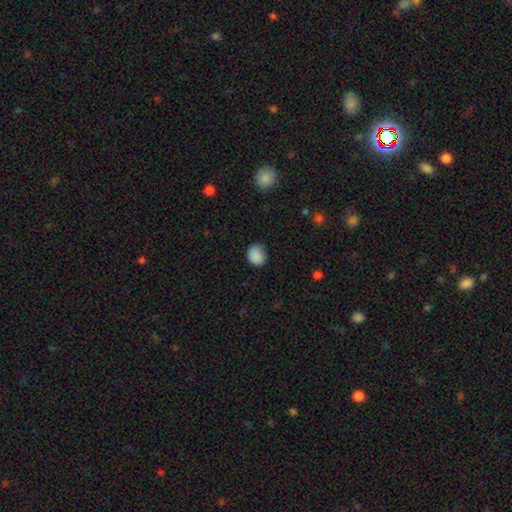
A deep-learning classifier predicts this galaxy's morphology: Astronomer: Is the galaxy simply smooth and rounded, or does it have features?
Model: smooth — 87%.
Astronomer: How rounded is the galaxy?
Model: round — 62% (runner-up: in between, 37%).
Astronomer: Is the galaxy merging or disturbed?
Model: none — 72%.